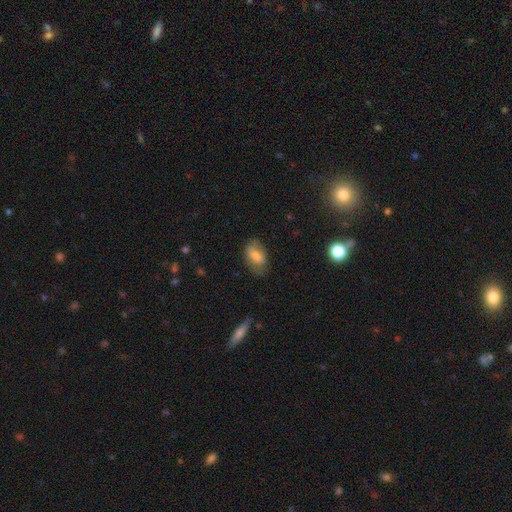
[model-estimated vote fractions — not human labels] smooth-or-featured: smooth: 71% | featured or disk: 21% | star or artifact: 8%
  how-rounded: in between: 89% | round: 7% | cigar-shaped: 3%
  merging: none: 68% | minor disturbance: 22% | major disturbance: 8% | merger: 1%